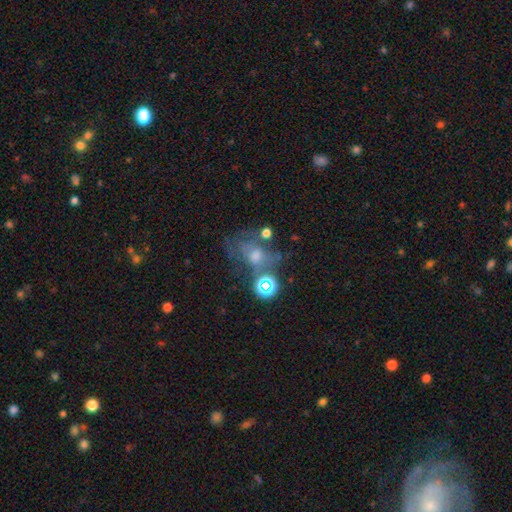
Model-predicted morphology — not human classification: A featured or disk galaxy (41%). Merging: none (36%).